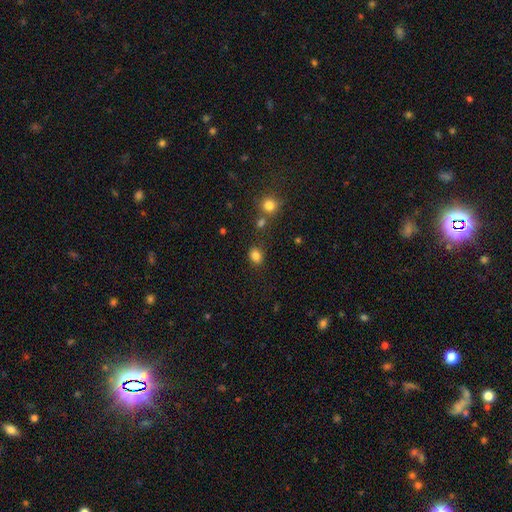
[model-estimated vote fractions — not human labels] Morphology: type=smooth (83%); roundness=in between (55%); merging=none (79%).